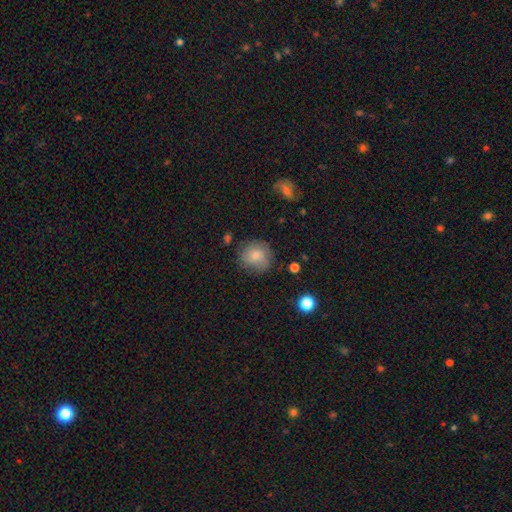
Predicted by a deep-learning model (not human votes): Smooth or featured?
  - smooth: 79% *
  - featured or disk: 13%
  - star or artifact: 8%
How rounded?
  - round: 87% *
  - in between: 12%
  - cigar-shaped: 1%
Merging?
  - none: 74% *
  - minor disturbance: 18%
  - major disturbance: 6%
  - merger: 2%